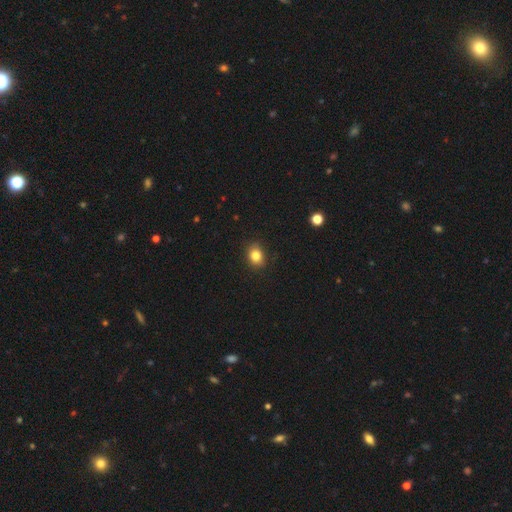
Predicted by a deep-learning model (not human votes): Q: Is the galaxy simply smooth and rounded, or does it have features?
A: smooth — 83%.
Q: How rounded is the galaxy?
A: in between — 52%.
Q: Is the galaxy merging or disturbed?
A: none — 86%.